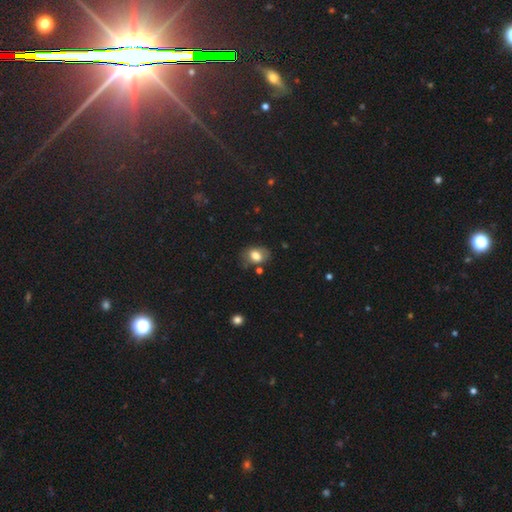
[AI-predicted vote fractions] Smooth or featured?
  - smooth: 76% *
  - featured or disk: 15%
  - star or artifact: 9%
How rounded?
  - in between: 76% *
  - round: 23%
  - cigar-shaped: 1%
Merging?
  - none: 68% *
  - minor disturbance: 21%
  - major disturbance: 6%
  - merger: 5%